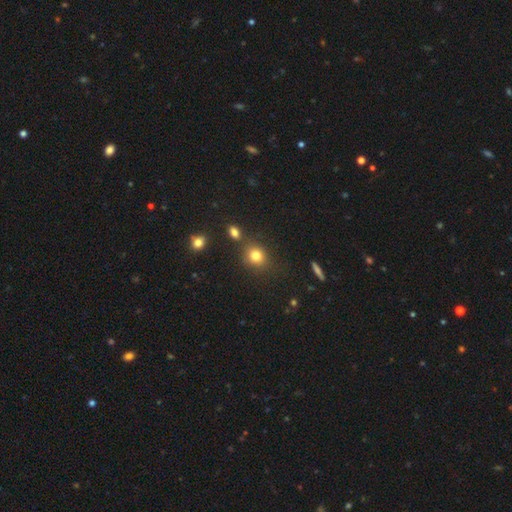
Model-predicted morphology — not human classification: Q: Smooth or featured?
A: smooth (79%); runner-up: star or artifact (13%)
Q: How rounded?
A: round (73%); runner-up: in between (25%)
Q: Merging?
A: none (75%); runner-up: minor disturbance (12%)